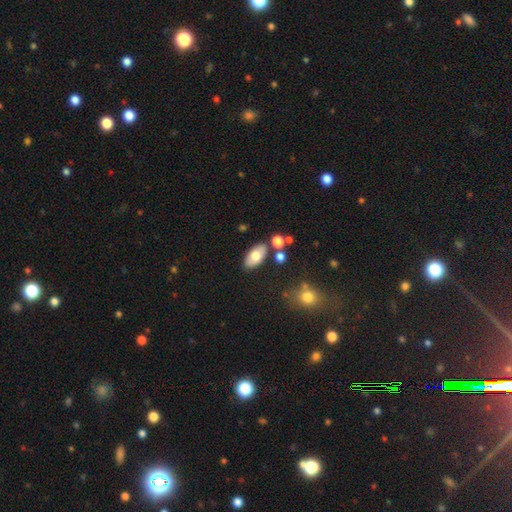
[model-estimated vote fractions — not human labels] Smooth or featured?
  - smooth: 70% *
  - featured or disk: 23%
  - star or artifact: 7%
How rounded?
  - in between: 93% *
  - round: 4%
  - cigar-shaped: 3%
Merging?
  - none: 78% *
  - minor disturbance: 11%
  - merger: 7%
  - major disturbance: 3%